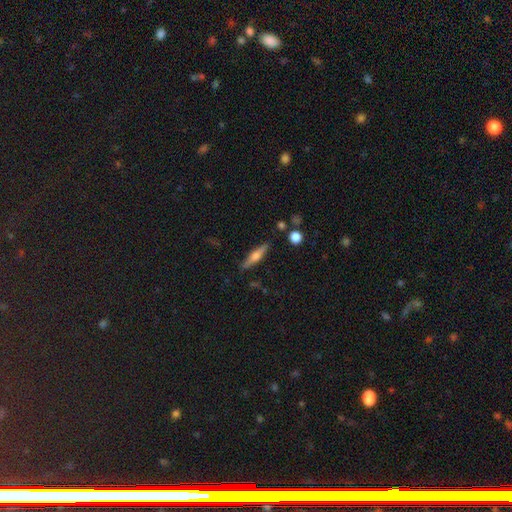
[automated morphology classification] This appears to be a featured or disk galaxy (55%) viewed edge-on (95%) with a rounded central bulge (87%). Merging: none (86%).